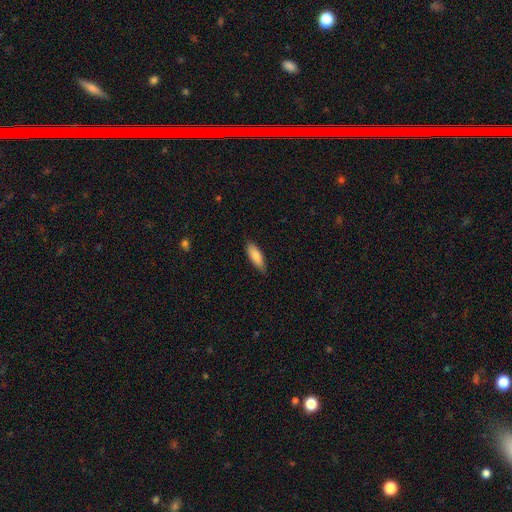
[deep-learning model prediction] smooth-or-featured: smooth: 84% | featured or disk: 10% | star or artifact: 6%
  how-rounded: in between: 62% | cigar-shaped: 36% | round: 2%
  merging: none: 81% | minor disturbance: 16% | major disturbance: 2% | merger: 1%